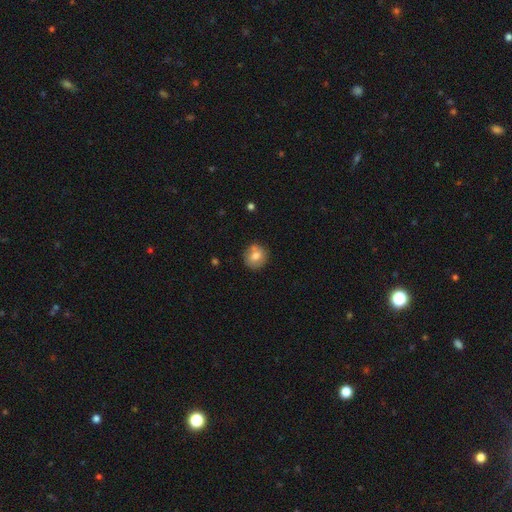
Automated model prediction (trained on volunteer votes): Overall: smooth (74%). How rounded: round (89%). Merging: none (75%).